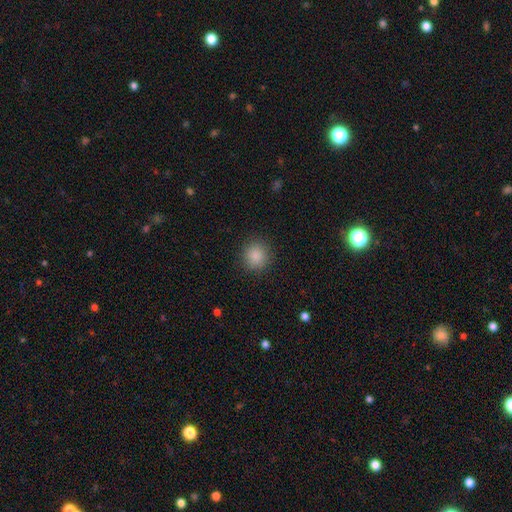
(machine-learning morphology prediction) A smooth galaxy with no disk features (87%) that is round (91%).

Vote fractions:
- Smooth or featured? smooth: 87% / star or artifact: 10% / featured or disk: 4%
- How rounded? round: 91% / in between: 8% / cigar-shaped: 1%
- Merging? none: 90% / minor disturbance: 7% / major disturbance: 3% / merger: 1%